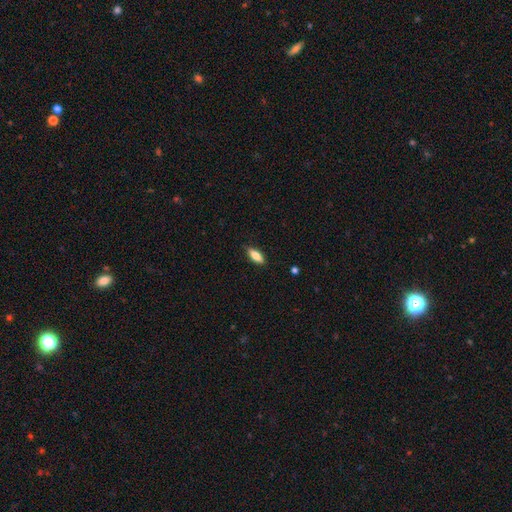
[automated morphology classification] smooth_or_featured: smooth (p=0.77) [alt: featured or disk p=0.16]
how_rounded: in between (p=0.69) [alt: cigar-shaped p=0.28]
merging: none (p=0.86) [alt: minor disturbance p=0.11]